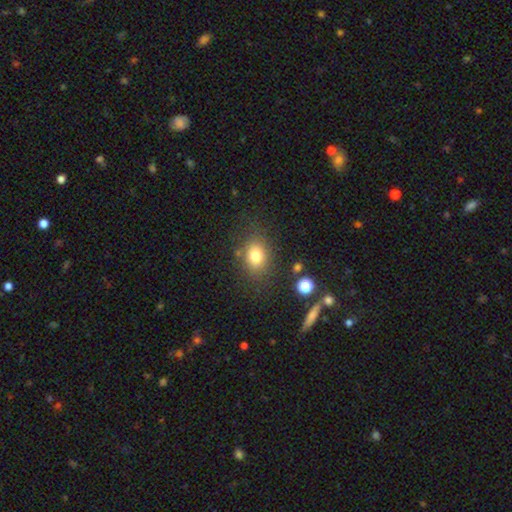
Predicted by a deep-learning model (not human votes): Overall: smooth (77%). How rounded: in between (54%; round 45%). Merging: none (78%).